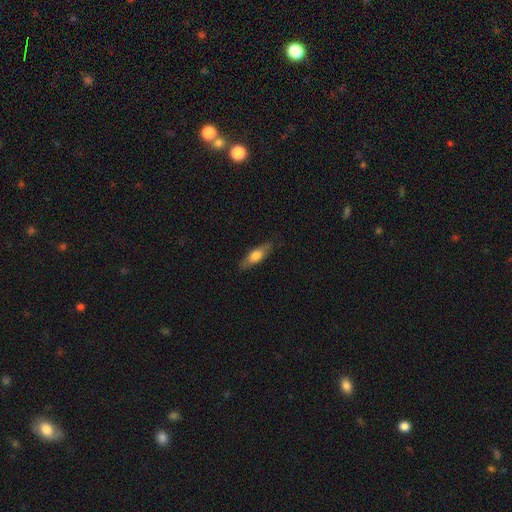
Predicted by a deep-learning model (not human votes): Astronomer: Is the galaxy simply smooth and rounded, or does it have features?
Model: smooth — 62%.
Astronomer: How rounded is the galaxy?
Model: cigar-shaped — 51% (runner-up: in between, 47%).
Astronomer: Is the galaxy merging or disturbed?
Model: none — 86%.